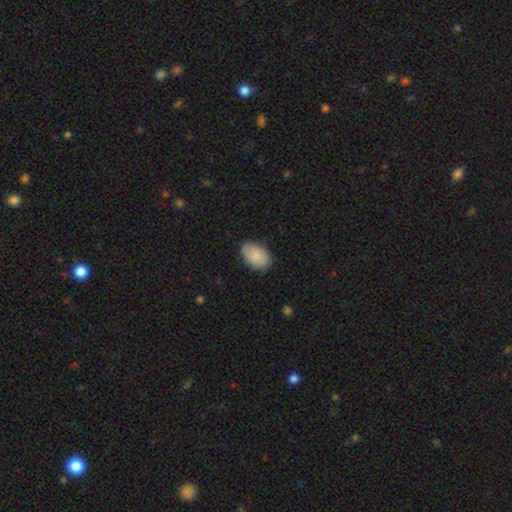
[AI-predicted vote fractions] Smooth or featured? Predicted: smooth (p=0.87). How rounded? Predicted: in between (p=0.88). Merging? Predicted: none (p=0.82).